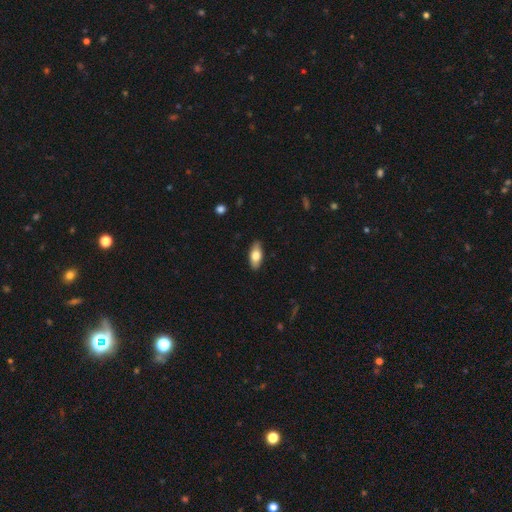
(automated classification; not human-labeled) smooth 74%, featured or disk 20%, star or artifact 6%. Down the decision tree: how rounded — in between (86%); merging — none (89%).